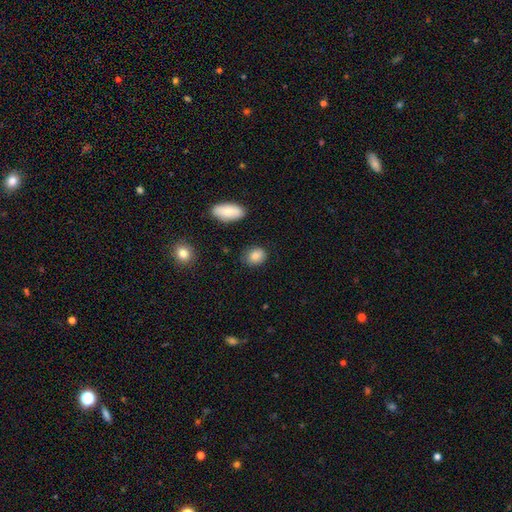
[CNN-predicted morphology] type=smooth (85%); roundness=round (50%); merging=none (79%).